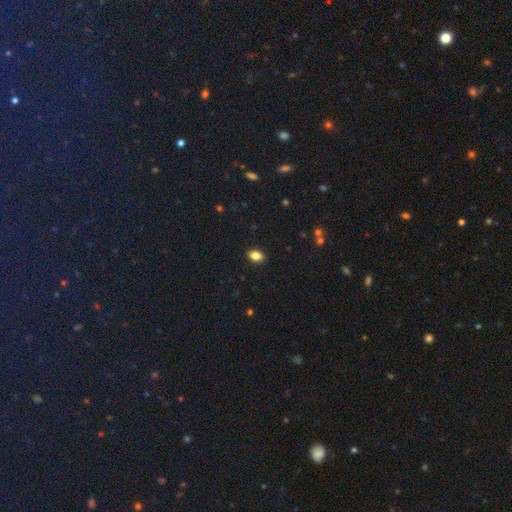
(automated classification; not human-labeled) Smooth or featured? smooth (84%)
How rounded? in between (80%)
Merging? none (90%)